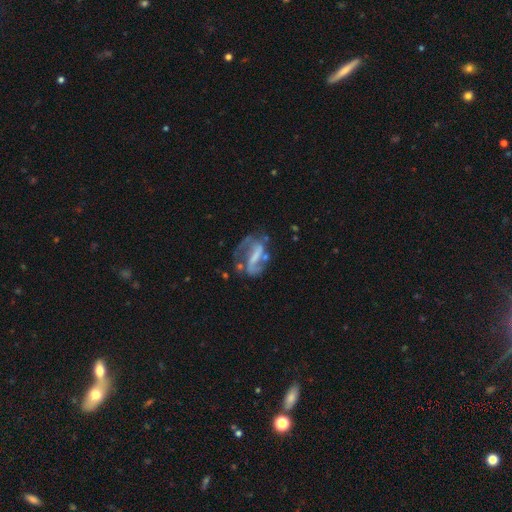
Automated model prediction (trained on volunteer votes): A featured or disk galaxy (77%) with a strong bar (52%), 2 (80%) loose (49%) spiral arms (81%) and no central bulge (44%).

Vote fractions:
- Smooth or featured? featured or disk: 77% / smooth: 15% / star or artifact: 8%
- Edge-on disk? no: 96% / yes: 4%
- Bar? strong: 52% / weak: 31% / no: 17%
- Spiral arms? yes: 81% / no: 19%
- Spiral winding? loose: 49% / medium: 37% / tight: 13%
- Spiral arm count? 2: 80% / 1: 9% / can't tell: 8% / 3: 2% / 4: 1% / more than 4: 1%
- Bulge size? none: 44% / small: 28% / moderate: 21% / large: 6% / dominant: 1%
- Merging? none: 46% / major disturbance: 25% / minor disturbance: 21% / merger: 8%